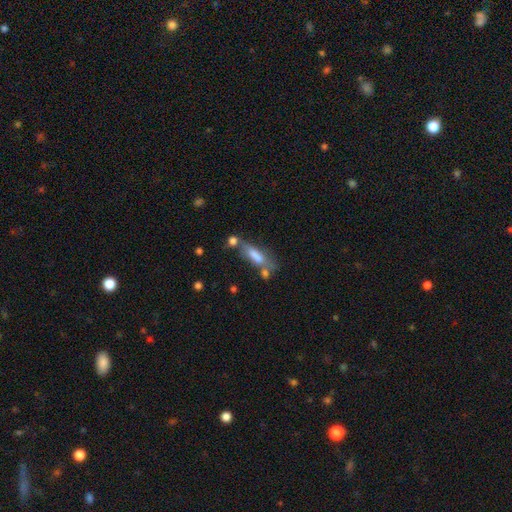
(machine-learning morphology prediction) The model was most divided on "merging": none: 42%, merger: 26%, minor disturbance: 19%, major disturbance: 12%. More confident: smooth or featured — smooth (63%); how rounded — cigar-shaped (58%).